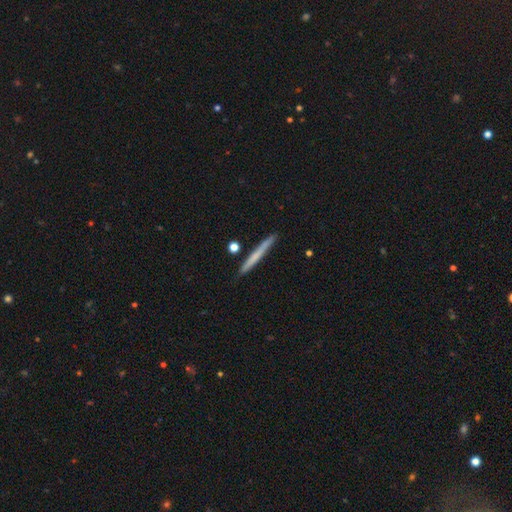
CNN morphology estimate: A smooth galaxy with no disk features (61%) that is cigar-shaped (97%). Merging: none (89%).